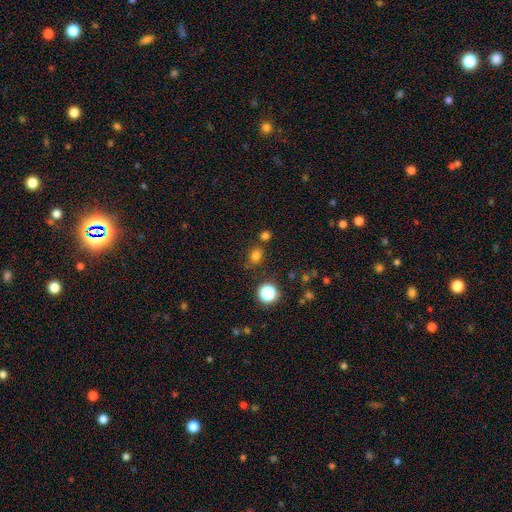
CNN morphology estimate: This is likely a smooth galaxy (75%). How rounded: possibly in between (52%). Merging: likely none (73%).